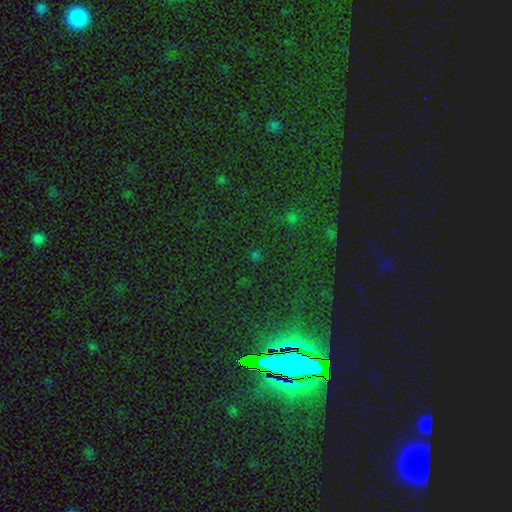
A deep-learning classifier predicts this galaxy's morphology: This is likely a star or artifact rather than a galaxy (70%).